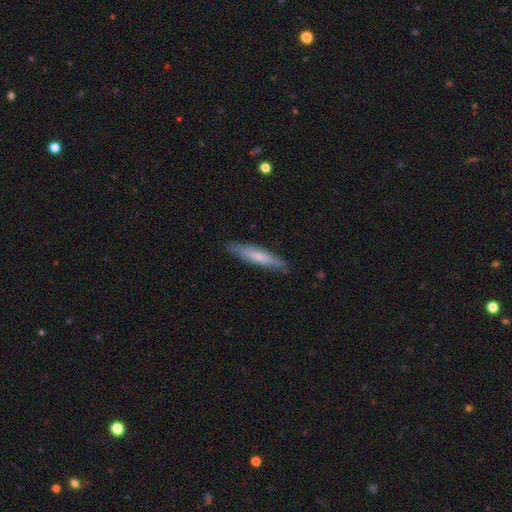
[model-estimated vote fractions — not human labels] Smooth or featured?
  - smooth: 58% *
  - featured or disk: 36%
  - star or artifact: 6%
How rounded?
  - cigar-shaped: 88% *
  - in between: 10%
  - round: 1%
Merging?
  - none: 86% *
  - minor disturbance: 11%
  - major disturbance: 2%
  - merger: 1%